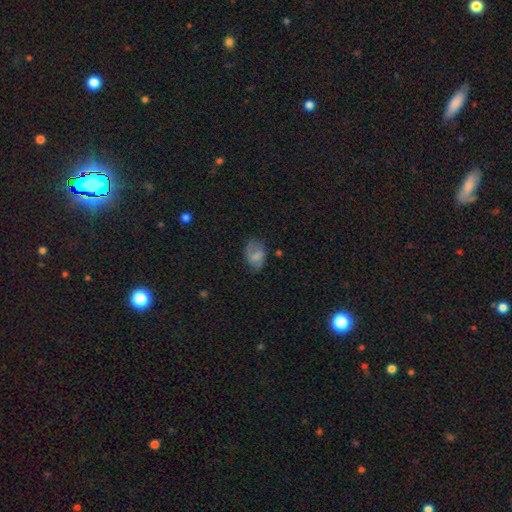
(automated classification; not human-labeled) Smooth or featured? Predicted: smooth (p=0.64). How rounded? Predicted: in between (p=0.82). Merging? Predicted: none (p=0.53).